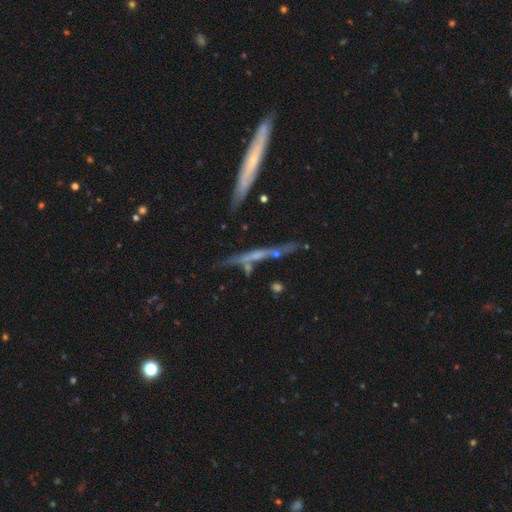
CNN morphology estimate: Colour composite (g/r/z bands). It shows a featured or disk galaxy (62%) viewed edge-on (88%) with no central bulge (67%). Merging: none (67%).